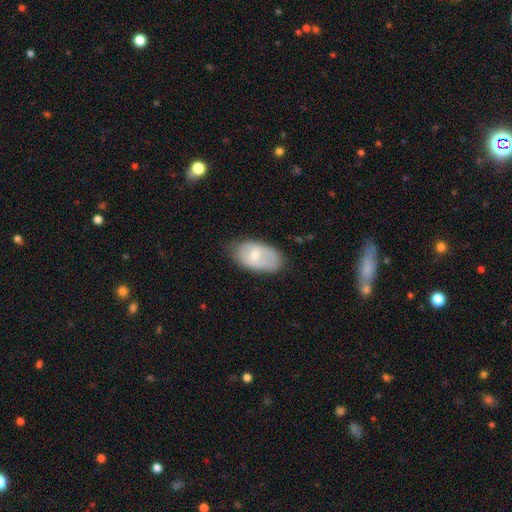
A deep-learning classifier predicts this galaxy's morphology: smooth-or-featured: smooth: 56% | featured or disk: 38% | star or artifact: 6%
  how-rounded: in between: 93% | round: 6% | cigar-shaped: 2%
  merging: none: 69% | minor disturbance: 24% | major disturbance: 6% | merger: 1%